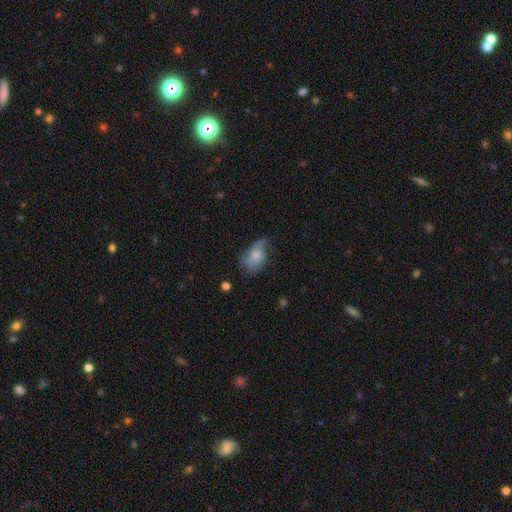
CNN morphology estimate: Q: Smooth or featured?
A: smooth (52%); runner-up: featured or disk (39%)
Q: How rounded?
A: in between (84%); runner-up: round (14%)
Q: Merging?
A: none (34%); runner-up: minor disturbance (32%)